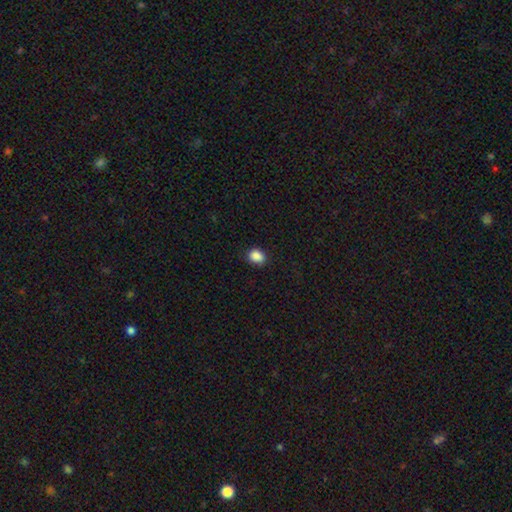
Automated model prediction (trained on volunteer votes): Smooth or featured? smooth (88%)
How rounded? in between (54%)
Merging? none (86%)